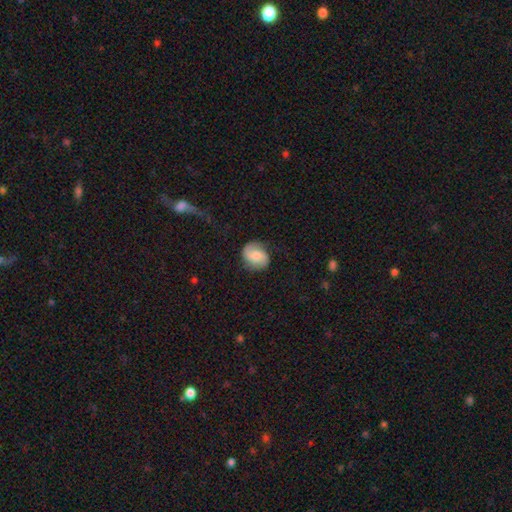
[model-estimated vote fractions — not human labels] Q: Smooth or featured?
A: featured or disk (55%); runner-up: smooth (37%)
Q: Edge-on disk?
A: no (98%); runner-up: yes (2%)
Q: Bar?
A: no (56%); runner-up: weak (34%)
Q: Spiral arms?
A: yes (92%); runner-up: no (8%)
Q: Bulge size?
A: moderate (45%); runner-up: small (30%)
Q: Merging?
A: none (76%); runner-up: minor disturbance (17%)